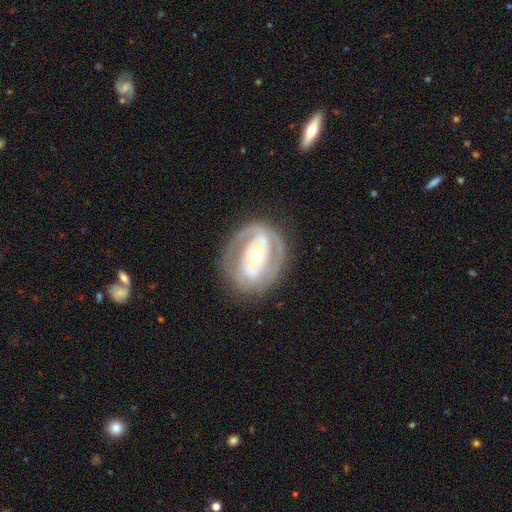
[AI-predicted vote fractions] A featured or disk galaxy (78%) with no bar (44%), 2 (63%) tight (53%) spiral arms (73%) and a moderate central bulge (60%). Merging: none (73%).